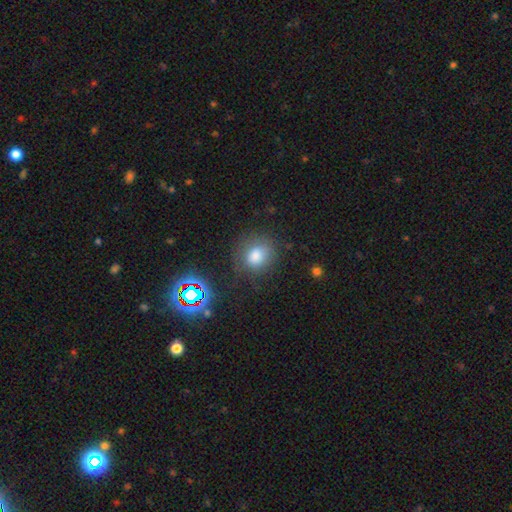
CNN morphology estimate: Smooth or featured? smooth (76%)
How rounded? round (69%)
Merging? none (75%)